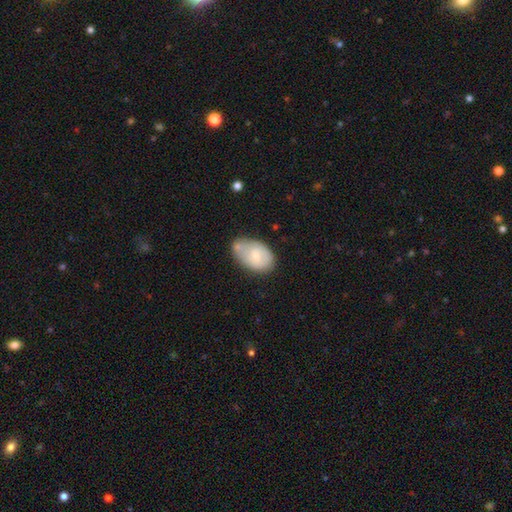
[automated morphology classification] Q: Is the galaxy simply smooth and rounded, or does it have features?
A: smooth — 66%.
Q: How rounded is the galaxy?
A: in between — 90%.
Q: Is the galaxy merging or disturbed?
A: none — 47%.